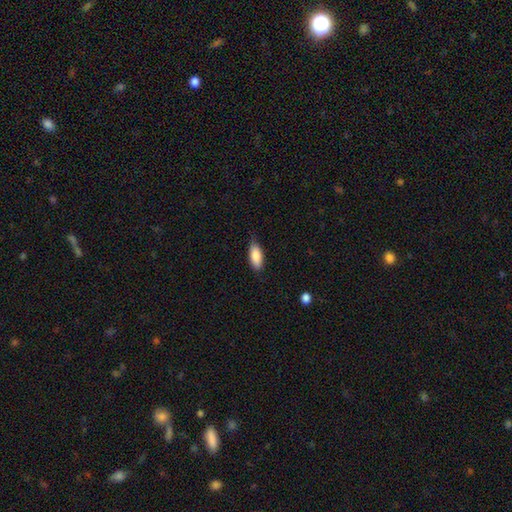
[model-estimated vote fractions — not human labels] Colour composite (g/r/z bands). It shows a smooth galaxy with no disk features (85%) that is in between round and cigar-shaped (82%). Merging: none (74%).